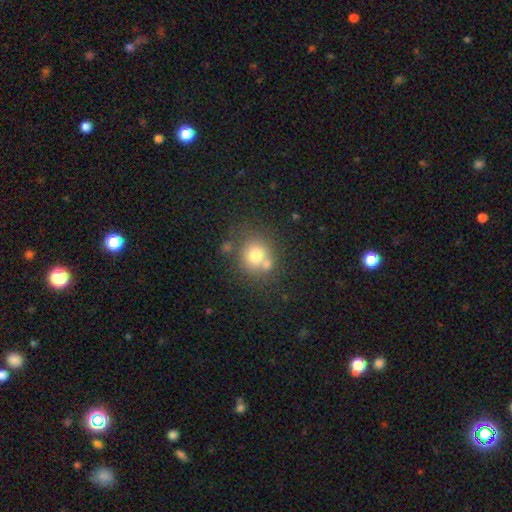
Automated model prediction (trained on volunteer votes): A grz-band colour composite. It shows a smooth galaxy with no disk features (74%) that is round (83%). Merging: none (58%).